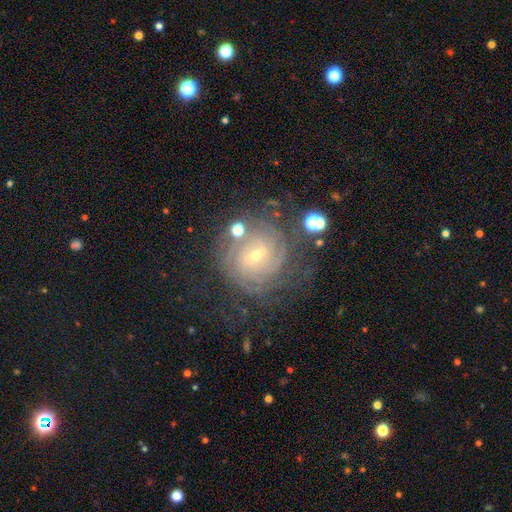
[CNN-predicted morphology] Smooth or featured? Predicted: featured or disk (p=0.83). Edge-on disk? Predicted: no (p=0.97). Bar? Predicted: weak (p=0.55). Spiral arms? Predicted: yes (p=0.96). Spiral winding? Predicted: tight (p=0.76). Spiral arm count? Predicted: can't tell (p=0.39). Bulge size? Predicted: small (p=0.66). Merging? Predicted: none (p=0.69).